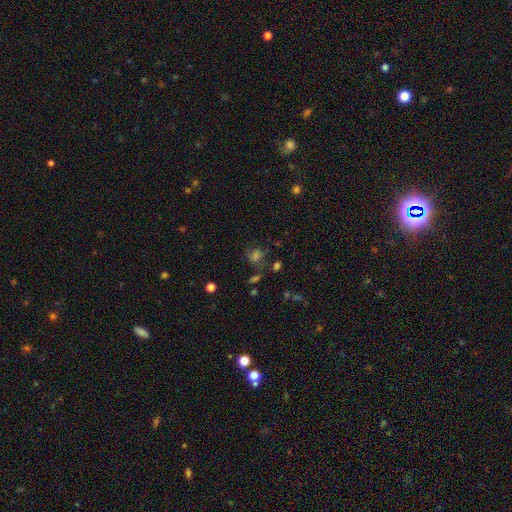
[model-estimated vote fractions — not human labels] A smooth galaxy with no disk features (40%).

Vote fractions:
- Smooth or featured? smooth: 40% / star or artifact: 37% / featured or disk: 23%
- Merging? none: 55% / minor disturbance: 19% / major disturbance: 16% / merger: 10%